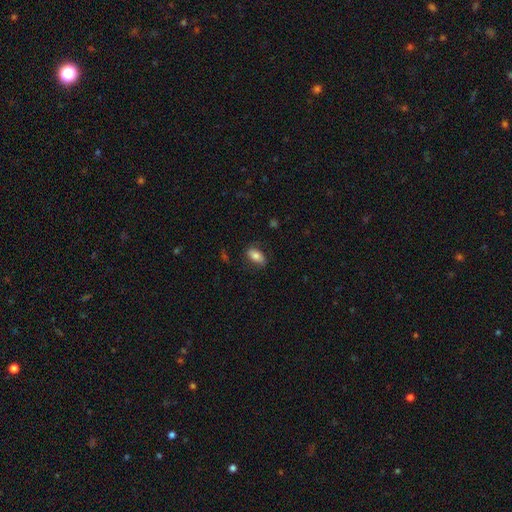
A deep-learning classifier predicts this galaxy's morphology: This is likely a smooth galaxy (77%). How rounded: clearly in between (91%). Merging: likely none (76%).